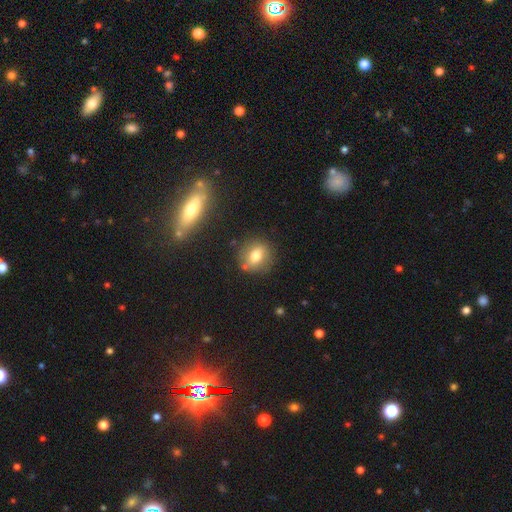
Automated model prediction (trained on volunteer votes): A smooth galaxy with no disk features (72%) that is round (63%). Merging: none (78%).